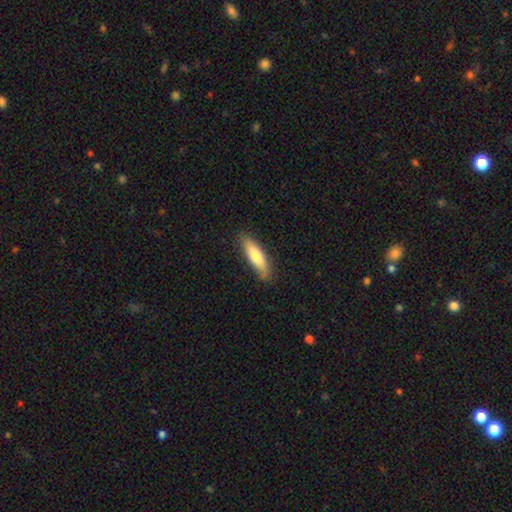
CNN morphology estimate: smooth-or-featured: smooth: 75% | featured or disk: 20% | star or artifact: 6%
  how-rounded: cigar-shaped: 63% | in between: 35% | round: 2%
  merging: none: 84% | minor disturbance: 13% | major disturbance: 2% | merger: 1%